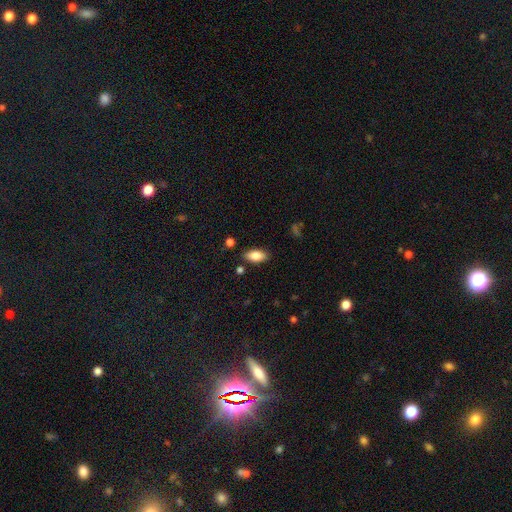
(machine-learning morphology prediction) smooth-or-featured: smooth: 82% | featured or disk: 11% | star or artifact: 7%
  how-rounded: in between: 90% | cigar-shaped: 7% | round: 3%
  merging: none: 85% | minor disturbance: 10% | major disturbance: 2% | merger: 2%